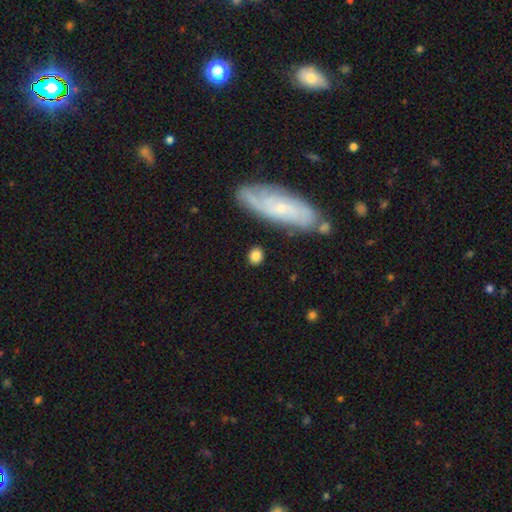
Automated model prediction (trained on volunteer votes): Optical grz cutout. It shows a smooth galaxy with no disk features (81%) that is round (56%). Merging: none (82%).